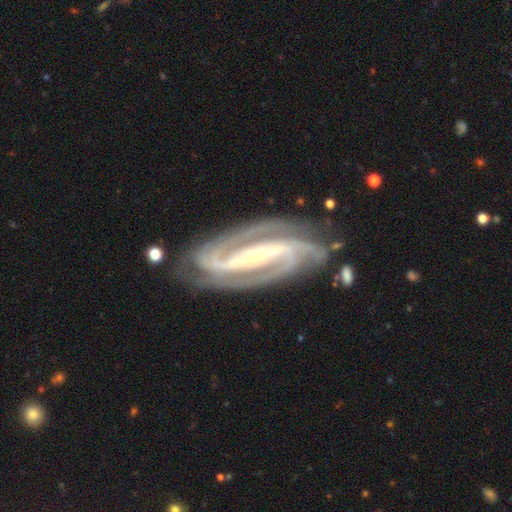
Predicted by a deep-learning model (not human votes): Smooth or featured: featured or disk — 93% (star or artifact — 4%)
Edge-on disk: no — 95% (yes — 5%)
Bar: strong — 69% (weak — 19%)
Spiral arms: yes — 99% (no — 1%)
Spiral winding: tight — 51% (medium — 42%)
Spiral arm count: 2 — 61% (3 — 21%)
Bulge size: small — 72% (moderate — 25%)
Merging: none — 79% (minor disturbance — 15%)